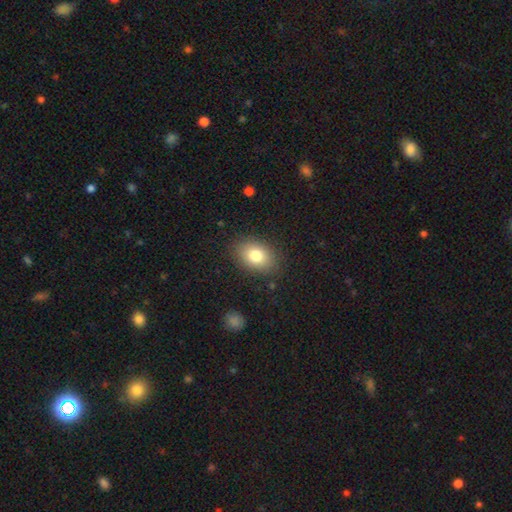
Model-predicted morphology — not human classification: smooth_or_featured: smooth (p=0.81) [alt: featured or disk p=0.10]
how_rounded: in between (p=0.78) [alt: round p=0.21]
merging: none (p=0.86) [alt: minor disturbance p=0.10]